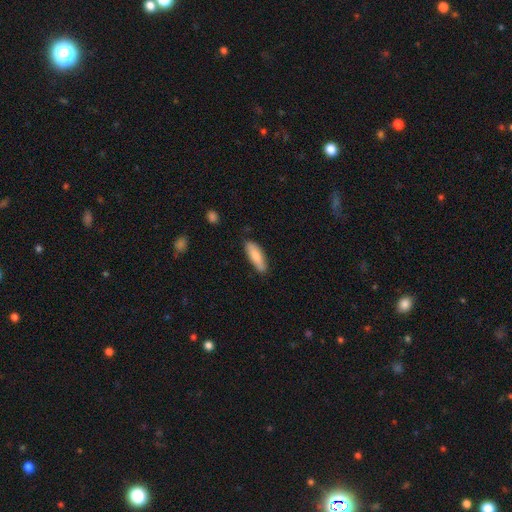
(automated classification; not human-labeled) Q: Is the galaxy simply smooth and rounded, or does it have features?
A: smooth — 81%.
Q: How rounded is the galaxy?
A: in between — 51%.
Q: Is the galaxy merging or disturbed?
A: none — 79%.